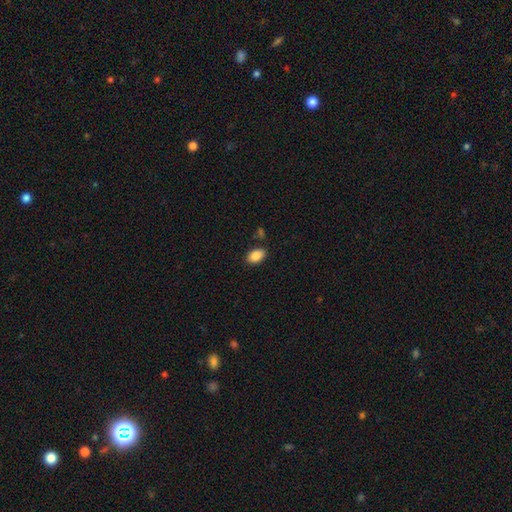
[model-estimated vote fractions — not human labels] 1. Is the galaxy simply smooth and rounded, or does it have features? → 87% smooth, 8% star or artifact, 5% featured or disk.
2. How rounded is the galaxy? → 90% in between, 9% round, 1% cigar-shaped.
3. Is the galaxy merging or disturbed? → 82% none, 11% minor disturbance, 4% merger, 3% major disturbance.